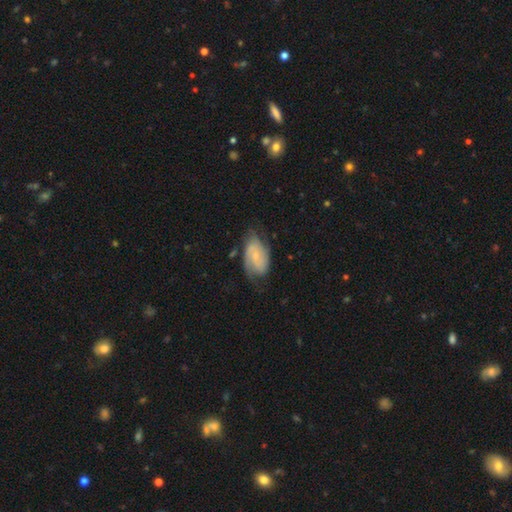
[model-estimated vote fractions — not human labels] Smooth or featured?
  - featured or disk: 68% *
  - smooth: 26%
  - star or artifact: 6%
Edge-on disk?
  - no: 96% *
  - yes: 4%
Bar?
  - no: 54% *
  - weak: 38%
  - strong: 8%
Spiral arms?
  - yes: 91% *
  - no: 9%
Spiral winding?
  - tight: 42% *
  - medium: 41%
  - loose: 17%
Spiral arm count?
  - 2: 65% *
  - can't tell: 19%
  - 3: 7%
  - 1: 5%
  - 4: 2%
  - more than 4: 2%
Bulge size?
  - small: 69% *
  - moderate: 20%
  - none: 8%
  - large: 1%
  - dominant: 1%
Merging?
  - none: 61% *
  - minor disturbance: 26%
  - major disturbance: 11%
  - merger: 2%